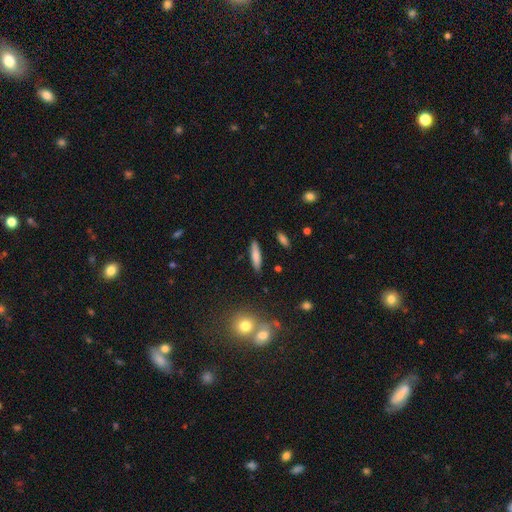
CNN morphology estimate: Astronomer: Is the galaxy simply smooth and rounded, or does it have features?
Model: smooth — 78%.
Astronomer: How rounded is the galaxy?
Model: cigar-shaped — 79%.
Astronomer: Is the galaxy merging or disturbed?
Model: none — 88%.